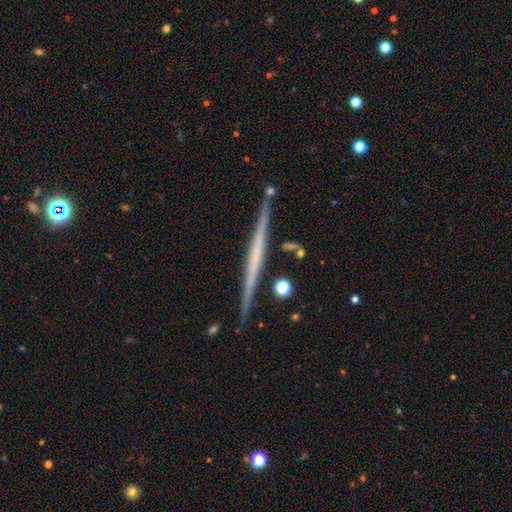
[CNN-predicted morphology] smooth_or_featured: featured or disk (p=0.67) [alt: smooth p=0.28]
disk_edge_on: yes (p=0.98) [alt: no p=0.02]
edge_on_bulge: none (p=0.85) [alt: rounded p=0.08]
merging: none (p=0.89) [alt: minor disturbance p=0.08]